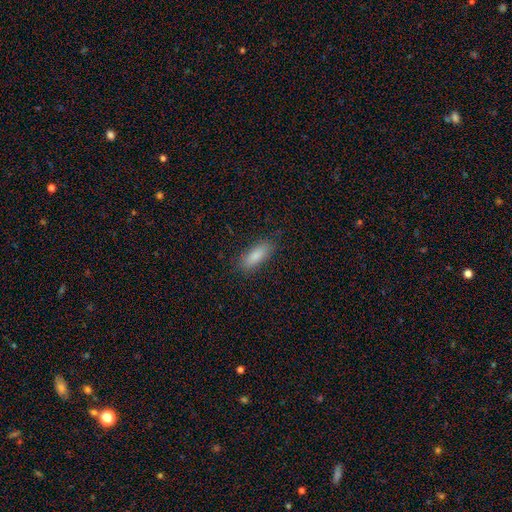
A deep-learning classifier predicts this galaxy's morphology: type=smooth (85%); roundness=in between (68%); merging=none (84%).